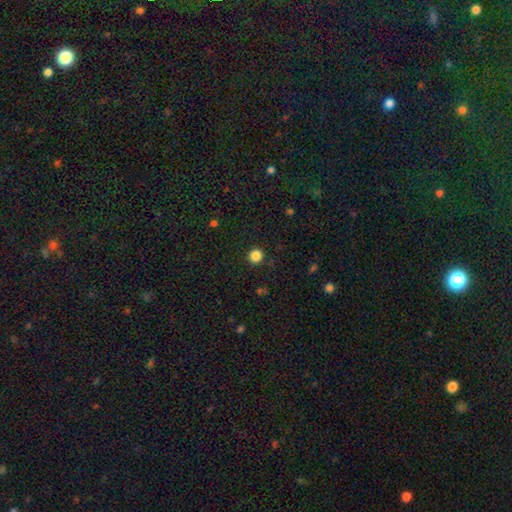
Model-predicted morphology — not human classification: Smooth or featured? smooth (85%)
How rounded? round (92%)
Merging? none (92%)